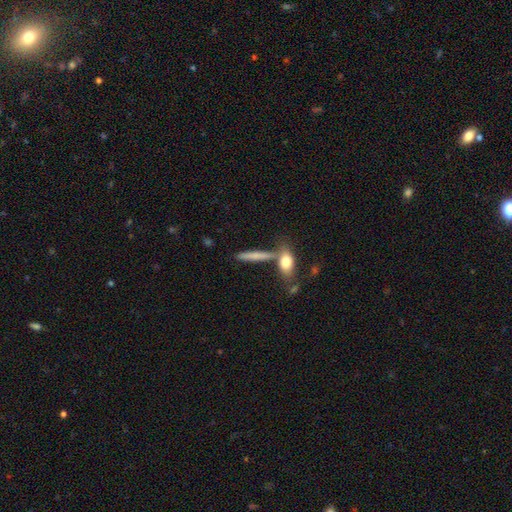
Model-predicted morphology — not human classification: Smooth or featured?
  - smooth: 68% *
  - featured or disk: 25%
  - star or artifact: 7%
How rounded?
  - cigar-shaped: 79% *
  - in between: 16%
  - round: 4%
Merging?
  - none: 64% *
  - merger: 19%
  - minor disturbance: 12%
  - major disturbance: 4%